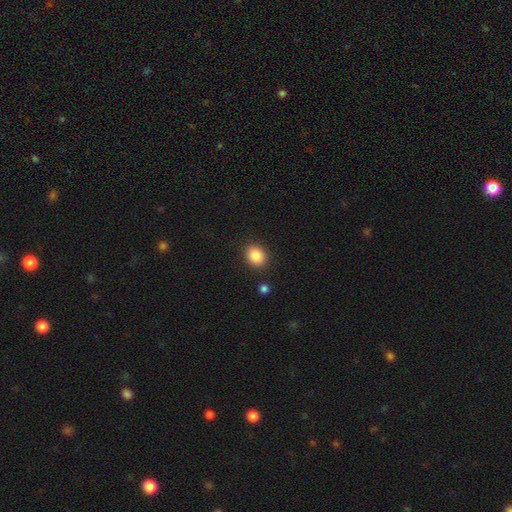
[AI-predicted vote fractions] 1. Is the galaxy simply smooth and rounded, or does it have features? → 87% smooth, 8% star or artifact, 4% featured or disk.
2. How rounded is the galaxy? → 51% in between, 48% round, 1% cigar-shaped.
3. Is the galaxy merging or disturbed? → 86% none, 8% minor disturbance, 3% major disturbance, 2% merger.